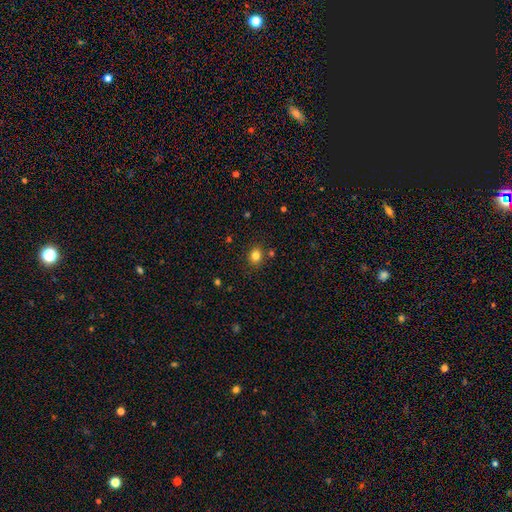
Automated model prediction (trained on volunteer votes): Smooth or featured: smooth — 82% (star or artifact — 13%)
How rounded: round — 65% (in between — 34%)
Merging: none — 84% (minor disturbance — 9%)